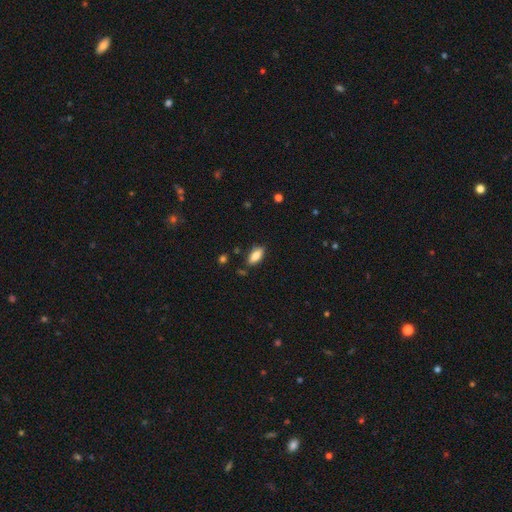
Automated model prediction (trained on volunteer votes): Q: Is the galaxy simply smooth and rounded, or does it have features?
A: smooth — 84%.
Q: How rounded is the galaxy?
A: in between — 85%.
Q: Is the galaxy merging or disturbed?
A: none — 83%.